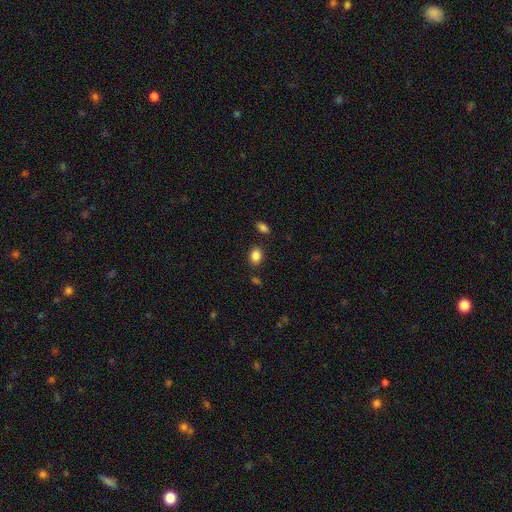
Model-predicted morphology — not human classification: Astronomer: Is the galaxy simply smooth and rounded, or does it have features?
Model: smooth — 86%.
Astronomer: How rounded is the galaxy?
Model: in between — 71%.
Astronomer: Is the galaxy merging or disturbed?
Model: none — 83%.